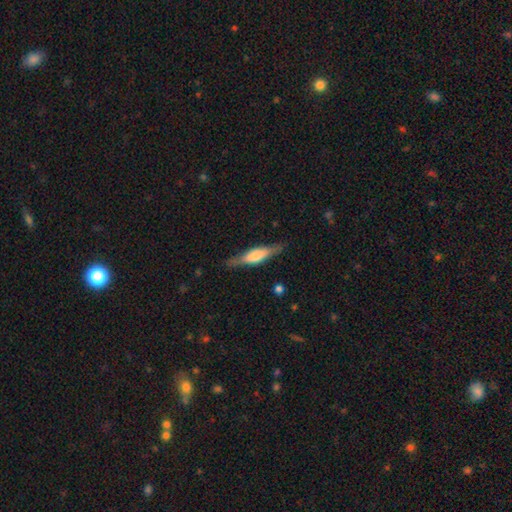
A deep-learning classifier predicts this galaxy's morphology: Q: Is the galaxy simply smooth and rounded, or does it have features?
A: featured or disk — 54%.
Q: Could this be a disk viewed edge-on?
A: yes — 94%.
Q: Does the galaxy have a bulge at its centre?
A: rounded — 62%.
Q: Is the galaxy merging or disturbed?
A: none — 84%.